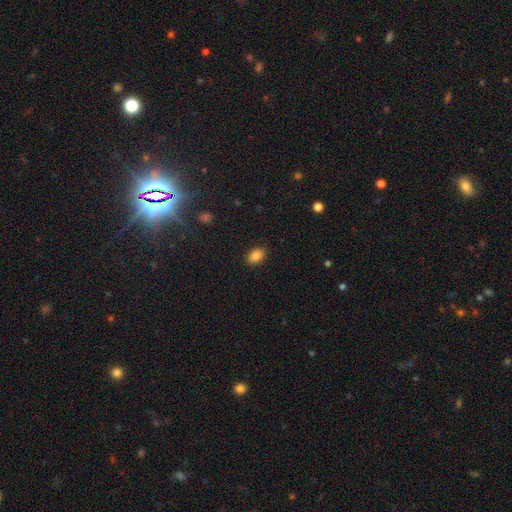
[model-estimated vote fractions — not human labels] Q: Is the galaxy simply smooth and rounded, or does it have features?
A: smooth — 86%.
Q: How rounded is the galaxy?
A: in between — 82%.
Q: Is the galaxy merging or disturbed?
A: none — 89%.